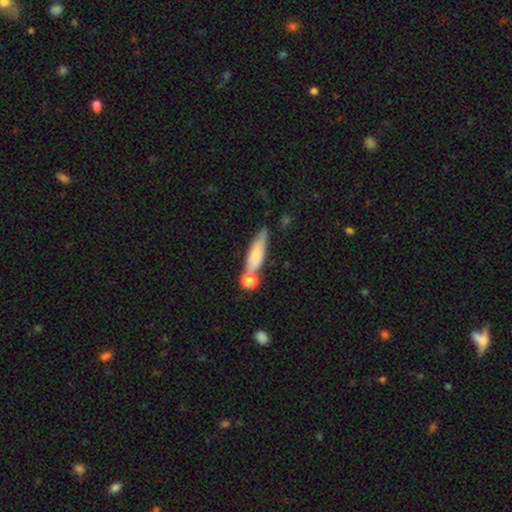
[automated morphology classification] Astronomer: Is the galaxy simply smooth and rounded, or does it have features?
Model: smooth — 67%.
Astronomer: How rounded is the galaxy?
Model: cigar-shaped — 61%.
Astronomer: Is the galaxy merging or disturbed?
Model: none — 51%.